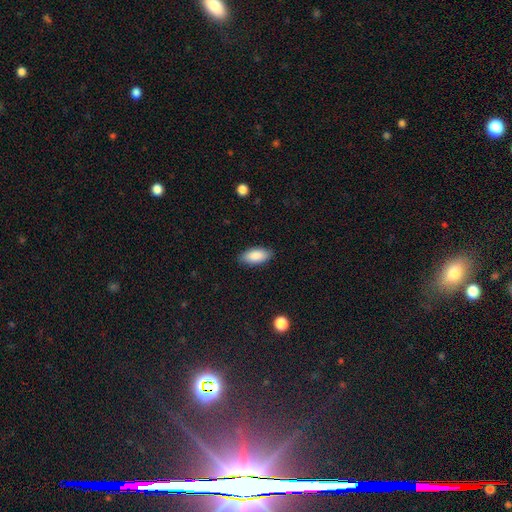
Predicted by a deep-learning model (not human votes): Morphology: type=smooth (88%); roundness=in between (90%); merging=none (87%).